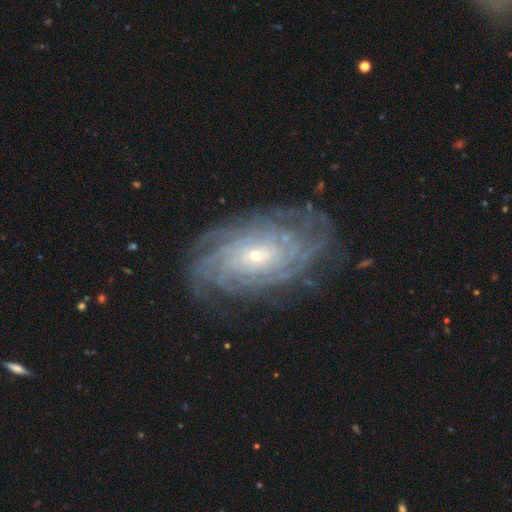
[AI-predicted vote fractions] Morphology: type=featured or disk (87%); edge-on=no (96%); bar=no (68%); spiral arms=yes (97%); winding=tight (81%); arm count=can't tell (31%); bulge=small (79%); merging=none (80%).